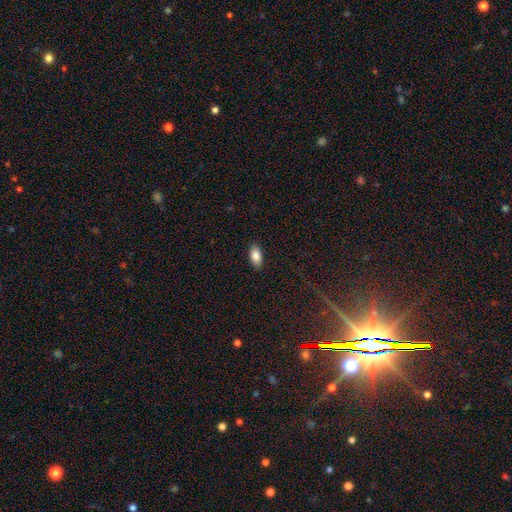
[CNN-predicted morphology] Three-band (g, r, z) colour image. It shows a smooth galaxy with no disk features (86%) that is in between round and cigar-shaped (92%). Merging: none (88%).